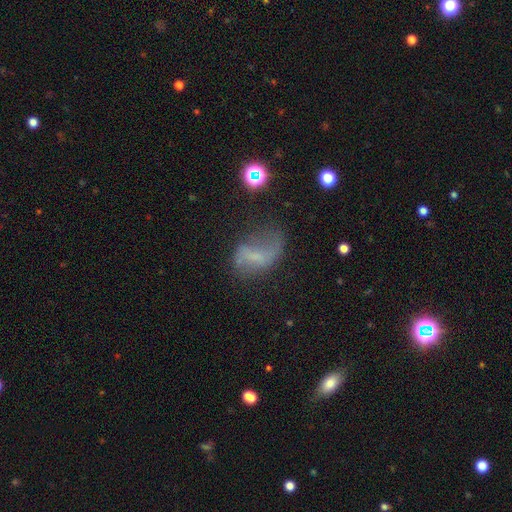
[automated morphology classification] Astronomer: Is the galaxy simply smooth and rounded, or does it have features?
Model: featured or disk — 53% (runner-up: smooth, 31%).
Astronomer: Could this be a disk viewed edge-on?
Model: no — 96%.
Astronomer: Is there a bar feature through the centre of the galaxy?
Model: no — 44% (runner-up: weak, 37%).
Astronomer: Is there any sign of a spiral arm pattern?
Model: yes — 60% (runner-up: no, 40%).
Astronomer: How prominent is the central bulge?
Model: none — 53% (runner-up: small, 34%).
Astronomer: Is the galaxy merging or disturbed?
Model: none — 36% (runner-up: major disturbance, 32%).